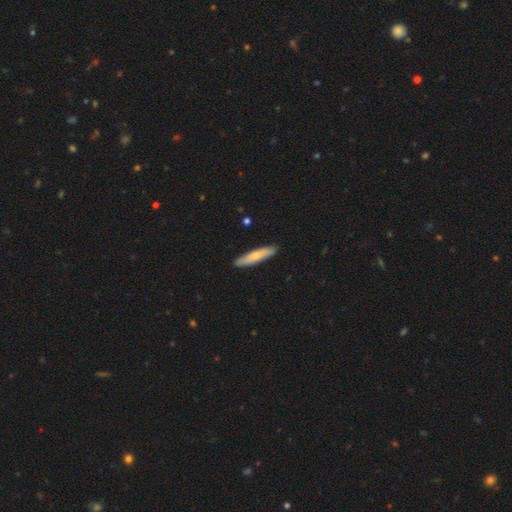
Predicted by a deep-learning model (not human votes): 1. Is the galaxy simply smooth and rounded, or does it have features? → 67% smooth, 28% featured or disk, 5% star or artifact.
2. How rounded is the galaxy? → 86% cigar-shaped, 13% in between, 1% round.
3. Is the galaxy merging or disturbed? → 90% none, 7% minor disturbance, 1% major disturbance, 1% merger.